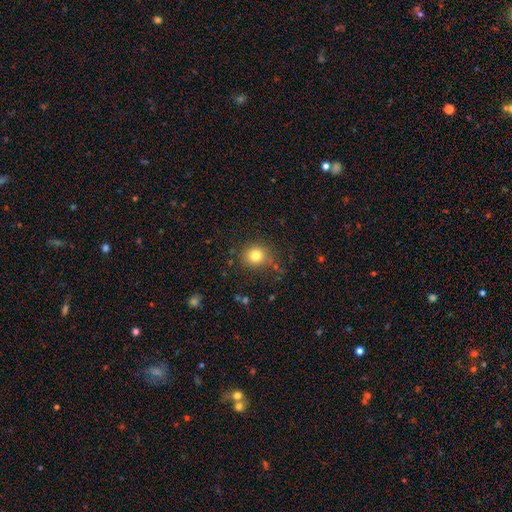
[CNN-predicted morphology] Q: Smooth or featured?
A: smooth (80%); runner-up: star or artifact (13%)
Q: How rounded?
A: round (87%); runner-up: in between (12%)
Q: Merging?
A: none (81%); runner-up: minor disturbance (12%)